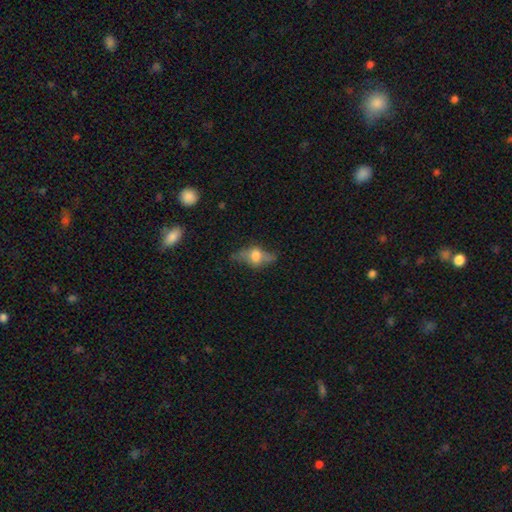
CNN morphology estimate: A featured or disk galaxy (51%) viewed edge-on (65%). Merging: none (55%).